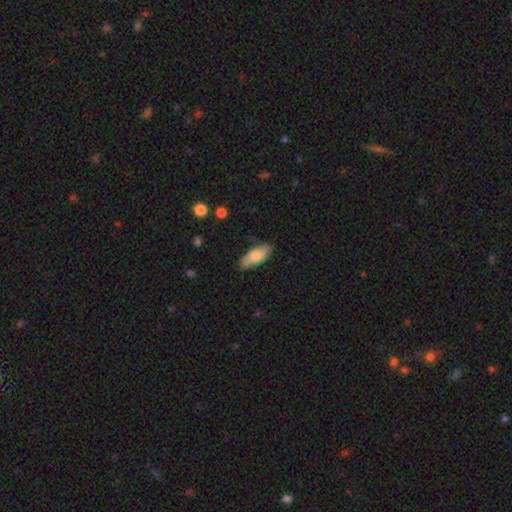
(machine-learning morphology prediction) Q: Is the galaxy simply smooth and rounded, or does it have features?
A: smooth — 77%.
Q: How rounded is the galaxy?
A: in between — 81%.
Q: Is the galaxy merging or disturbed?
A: none — 81%.